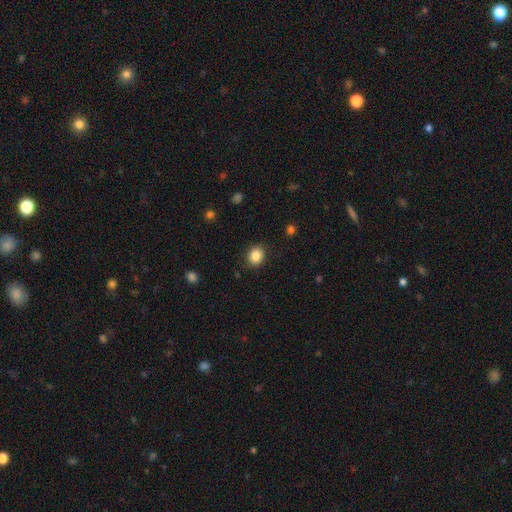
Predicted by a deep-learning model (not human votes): smooth-or-featured: smooth: 86% | star or artifact: 9% | featured or disk: 5%
  how-rounded: round: 63% | in between: 36% | cigar-shaped: 1%
  merging: none: 86% | minor disturbance: 10% | major disturbance: 3% | merger: 1%